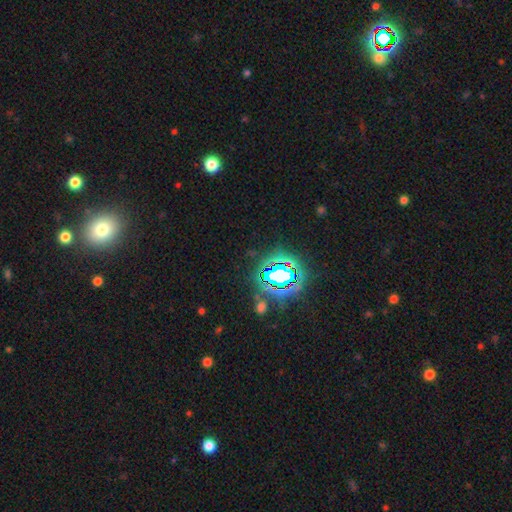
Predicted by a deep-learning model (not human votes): Smooth or featured: star or artifact — 78% (smooth — 13%)